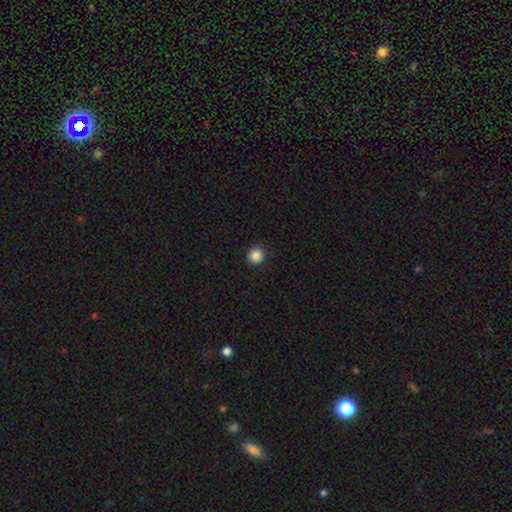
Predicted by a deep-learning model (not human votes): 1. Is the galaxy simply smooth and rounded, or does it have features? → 86% smooth, 10% star or artifact, 4% featured or disk.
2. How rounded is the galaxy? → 94% round, 5% in between, 1% cigar-shaped.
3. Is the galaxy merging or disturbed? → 93% none, 5% minor disturbance, 2% major disturbance, 1% merger.